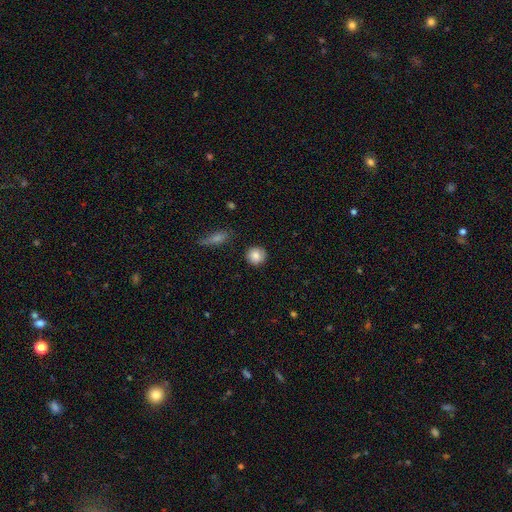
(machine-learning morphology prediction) Q: Smooth or featured?
A: smooth (85%); runner-up: star or artifact (8%)
Q: How rounded?
A: round (91%); runner-up: in between (8%)
Q: Merging?
A: none (86%); runner-up: minor disturbance (9%)